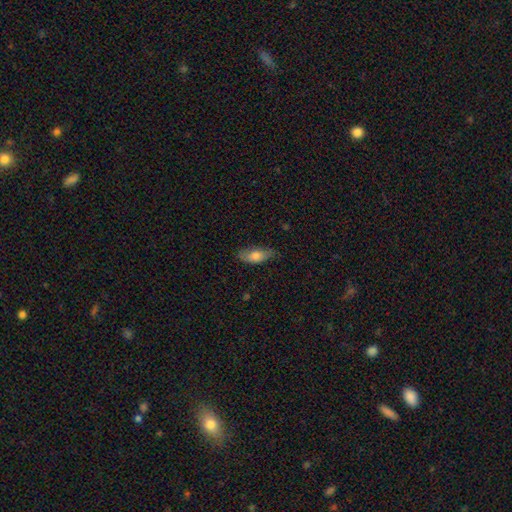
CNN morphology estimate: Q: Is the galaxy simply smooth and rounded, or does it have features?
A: smooth — 75%.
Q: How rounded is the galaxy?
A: in between — 80%.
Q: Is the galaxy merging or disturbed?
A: none — 72%.